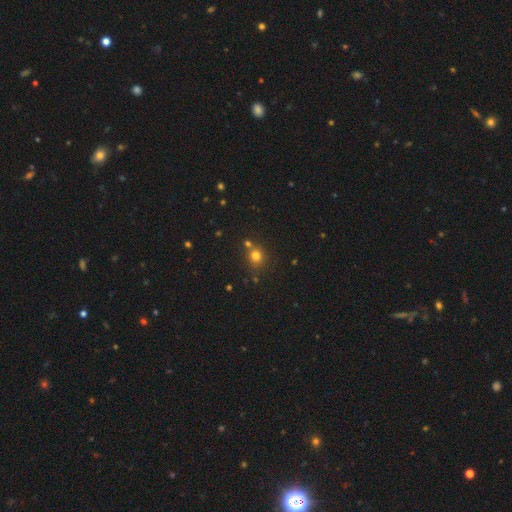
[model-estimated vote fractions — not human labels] Smooth or featured: smooth — 76% (star or artifact — 17%)
How rounded: round — 85% (in between — 14%)
Merging: none — 68% (merger — 19%)